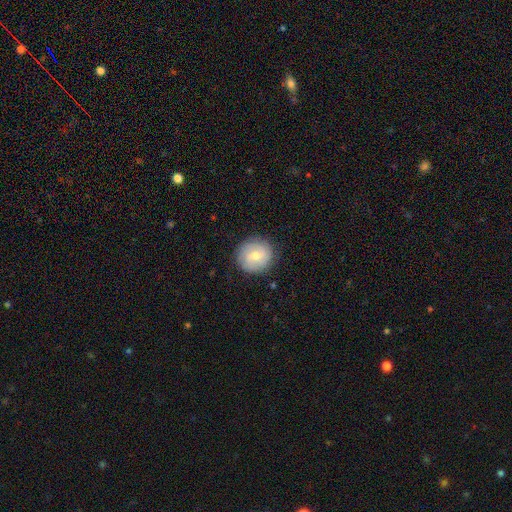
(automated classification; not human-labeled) featured or disk 49%, smooth 43%, star or artifact 8%. Down the decision tree: merging — none (86%).